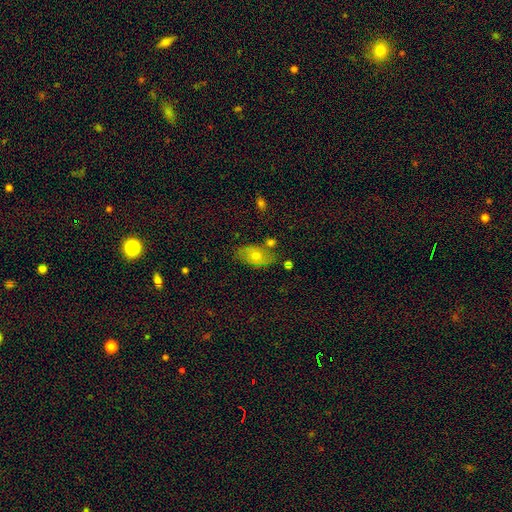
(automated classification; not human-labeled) A smooth galaxy with no disk features (60%) that is in between round and cigar-shaped (88%). Merging: none (66%).